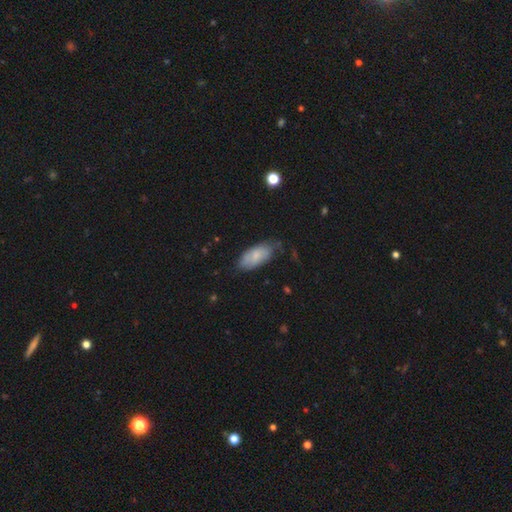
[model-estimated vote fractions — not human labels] smooth-or-featured: smooth: 72% | featured or disk: 21% | star or artifact: 7%
  how-rounded: in between: 88% | cigar-shaped: 10% | round: 2%
  merging: none: 59% | minor disturbance: 31% | major disturbance: 8% | merger: 2%